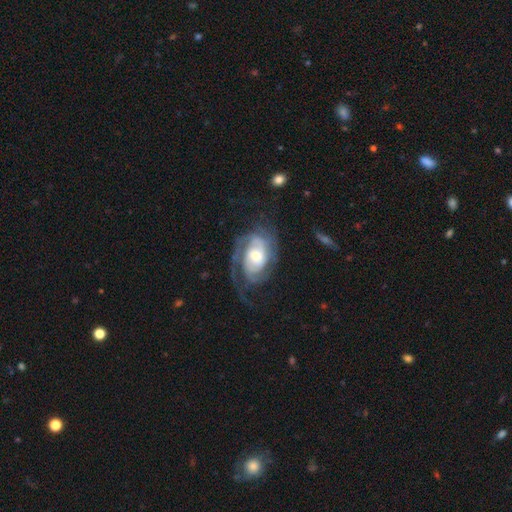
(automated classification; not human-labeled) This appears to be a featured or disk galaxy (86%) with no bar (60%), 2 (42%) tight (51%) spiral arms (96%) and a moderate central bulge (57%). Merging: none (60%).